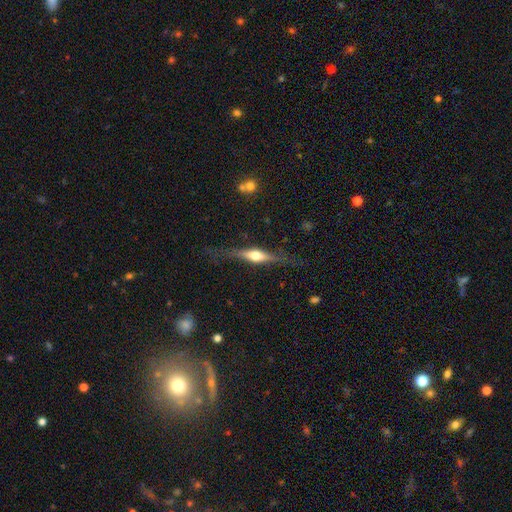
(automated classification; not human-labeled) Smooth or featured? featured or disk (68%)
Edge-on disk? yes (95%)
Edge-on bulge? rounded (91%)
Merging? none (78%)